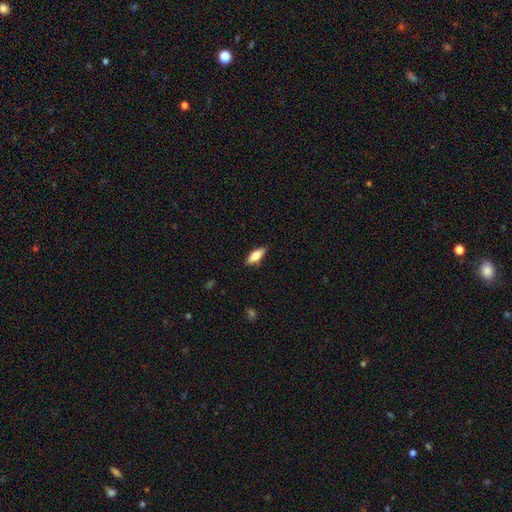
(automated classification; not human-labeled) This appears to be a smooth galaxy with no disk features (71%) that is in between round and cigar-shaped (63%). Merging: none (84%).